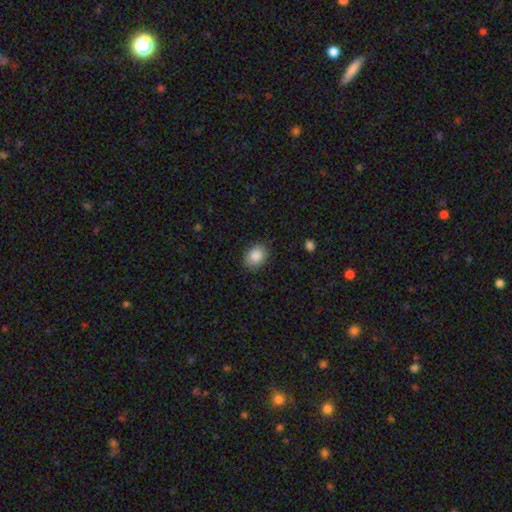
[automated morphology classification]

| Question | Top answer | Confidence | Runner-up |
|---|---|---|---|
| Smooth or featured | smooth | 87% | star or artifact (8%) |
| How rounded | in between | 67% | round (32%) |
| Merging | none | 85% | minor disturbance (11%) |